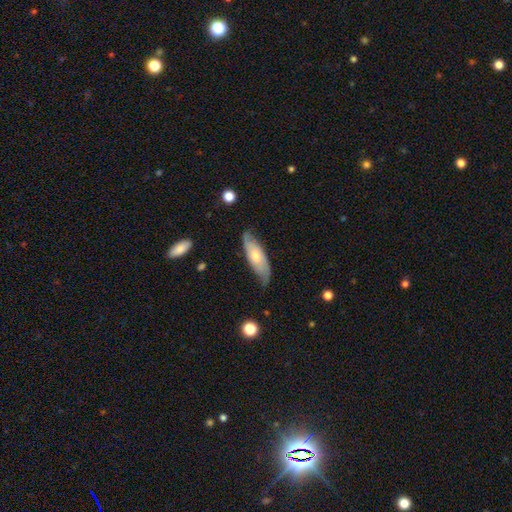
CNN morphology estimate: Q: Smooth or featured?
A: featured or disk (57%); runner-up: smooth (38%)
Q: Edge-on disk?
A: no (76%); runner-up: yes (24%)
Q: Merging?
A: none (72%); runner-up: minor disturbance (22%)